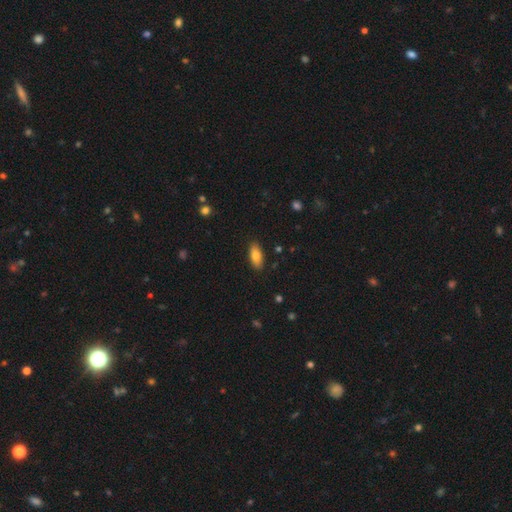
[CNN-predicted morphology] type=smooth (77%); roundness=in between (83%); merging=none (88%).